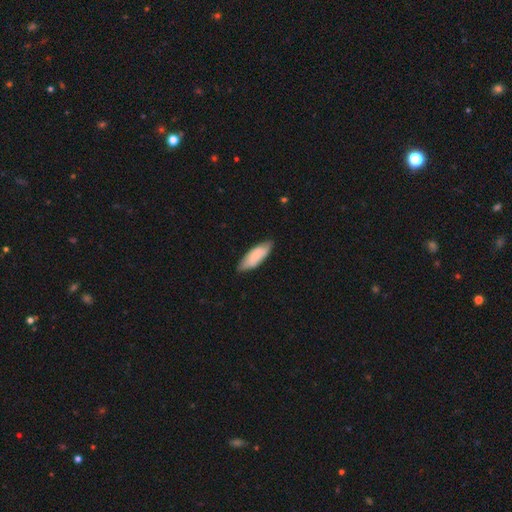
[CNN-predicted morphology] Overall: smooth (76%). How rounded: in between (67%; cigar-shaped 31%). Merging: none (76%).